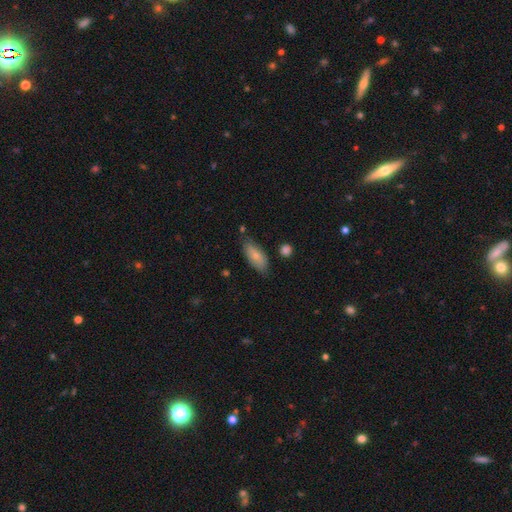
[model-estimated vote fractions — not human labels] Smooth or featured? Predicted: smooth (p=0.80). How rounded? Predicted: in between (p=0.78). Merging? Predicted: none (p=0.73).